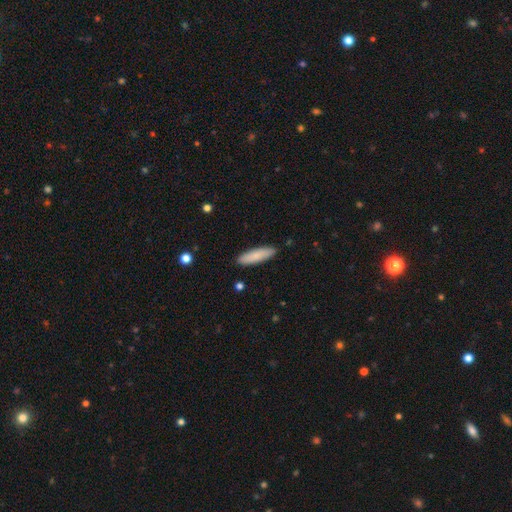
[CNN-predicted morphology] Smooth or featured?
  - smooth: 85% *
  - featured or disk: 9%
  - star or artifact: 6%
How rounded?
  - cigar-shaped: 67% *
  - in between: 31%
  - round: 1%
Merging?
  - none: 90% *
  - minor disturbance: 7%
  - major disturbance: 2%
  - merger: 1%